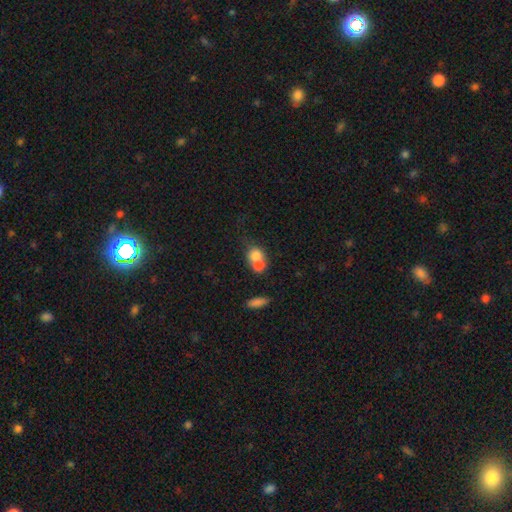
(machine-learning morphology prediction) This is likely a smooth galaxy (73%). How rounded: likely round (63%). Merging: likely merger (64%).